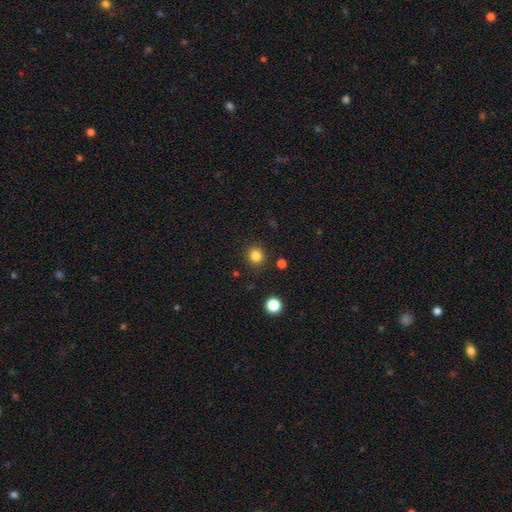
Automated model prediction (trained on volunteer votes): Overall: smooth (83%). How rounded: round (89%). Merging: none (88%).